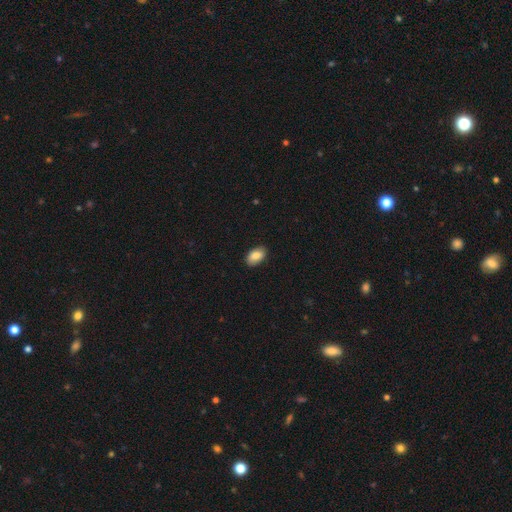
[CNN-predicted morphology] The model was most divided on "merging": none: 88%, minor disturbance: 10%, major disturbance: 2%, merger: 1%. More confident: how rounded — in between (94%); smooth or featured — smooth (87%).